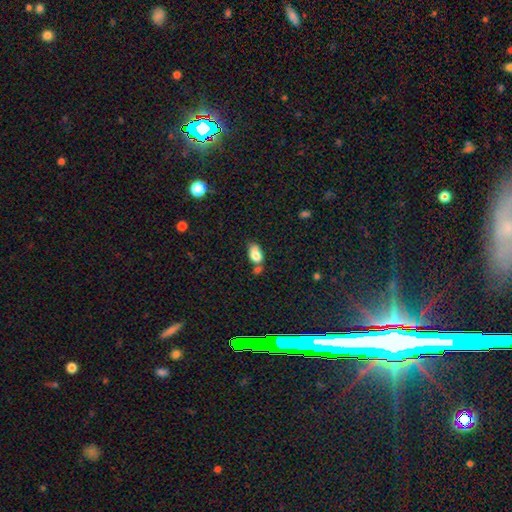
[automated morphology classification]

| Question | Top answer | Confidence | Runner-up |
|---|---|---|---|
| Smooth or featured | smooth | 82% | featured or disk (9%) |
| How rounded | in between | 90% | round (7%) |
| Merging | none | 45% | merger (28%) |